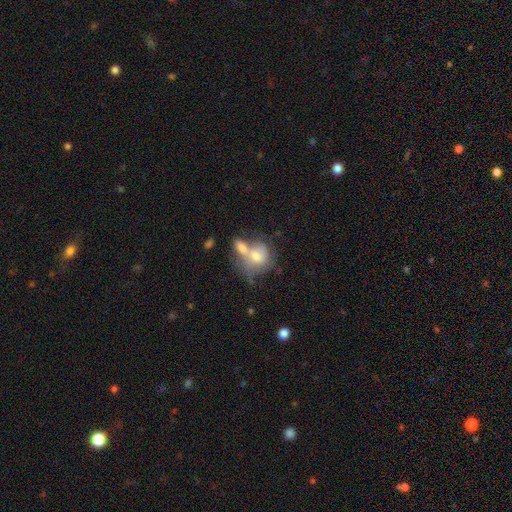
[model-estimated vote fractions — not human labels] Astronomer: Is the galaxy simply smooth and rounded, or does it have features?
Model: smooth — 63%.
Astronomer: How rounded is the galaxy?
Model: round — 52% (runner-up: in between, 46%).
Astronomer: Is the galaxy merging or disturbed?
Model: merger — 59%.